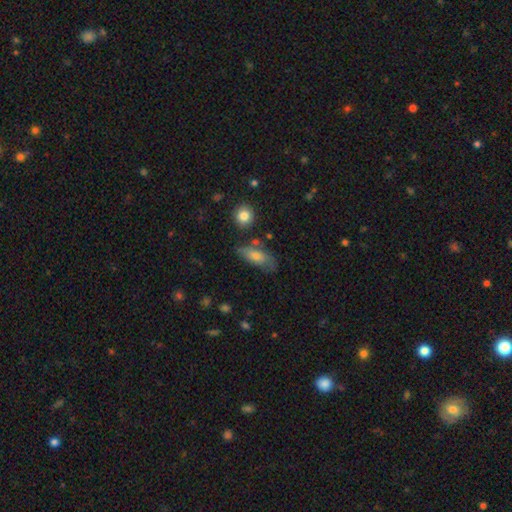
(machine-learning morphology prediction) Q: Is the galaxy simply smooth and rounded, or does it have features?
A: smooth — 66%.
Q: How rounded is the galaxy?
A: in between — 74%.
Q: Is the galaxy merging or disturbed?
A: none — 59%.